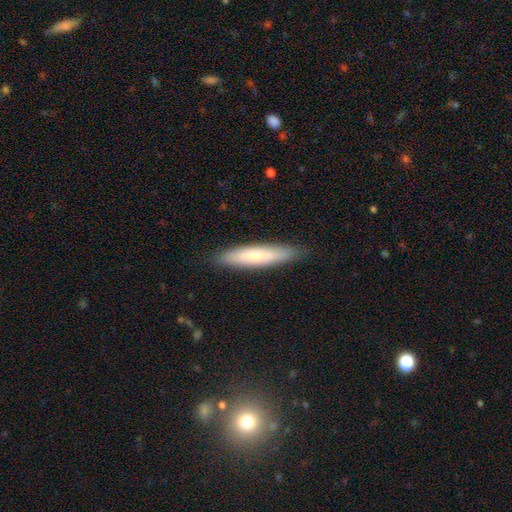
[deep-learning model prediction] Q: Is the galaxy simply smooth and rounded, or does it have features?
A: smooth — 63%.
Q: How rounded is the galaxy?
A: cigar-shaped — 82%.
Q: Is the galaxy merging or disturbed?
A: none — 87%.